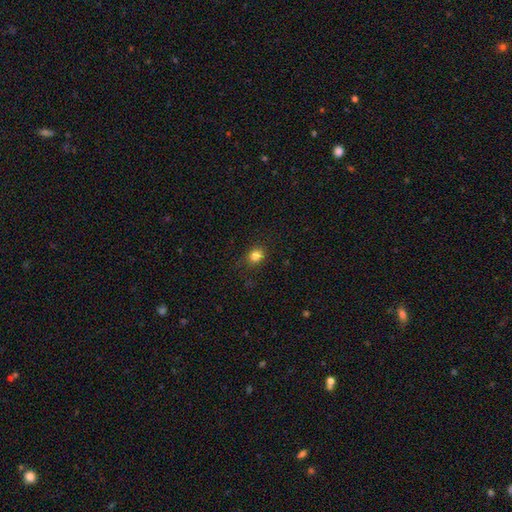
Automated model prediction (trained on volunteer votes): A smooth galaxy with no disk features (83%) that is round (71%).

Vote fractions:
- Smooth or featured? smooth: 83% / star or artifact: 13% / featured or disk: 5%
- How rounded? round: 71% / in between: 28% / cigar-shaped: 1%
- Merging? none: 85% / minor disturbance: 11% / major disturbance: 3% / merger: 1%